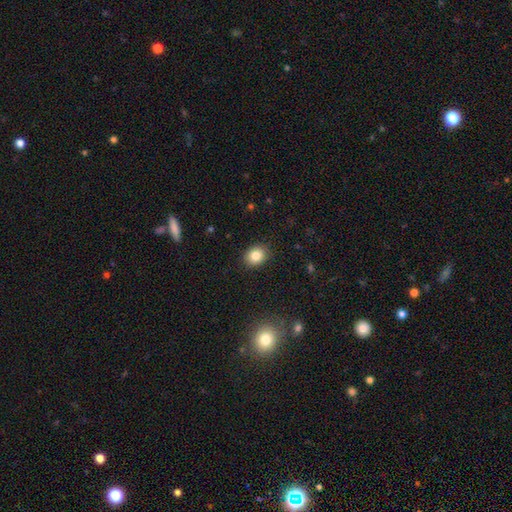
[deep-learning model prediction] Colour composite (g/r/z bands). It shows a smooth galaxy with no disk features (84%) that is round (55%). Merging: none (89%).